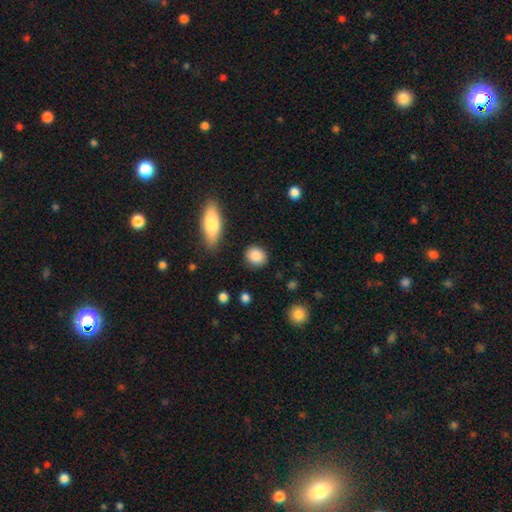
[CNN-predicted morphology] smooth_or_featured: smooth (p=0.87) [alt: star or artifact p=0.07]
how_rounded: round (p=0.71) [alt: in between p=0.27]
merging: none (p=0.87) [alt: minor disturbance p=0.09]